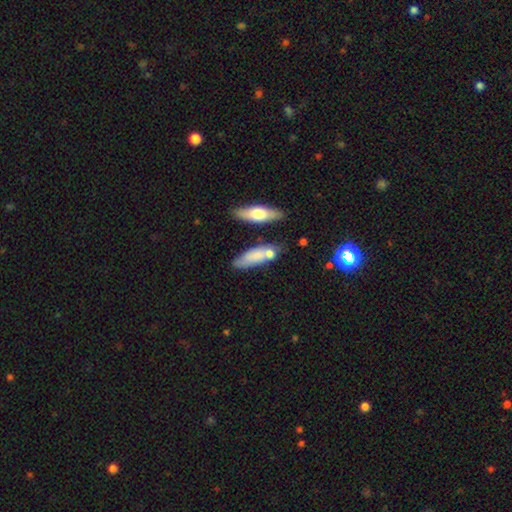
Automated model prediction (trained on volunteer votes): smooth 72%, featured or disk 22%, star or artifact 7%. Down the decision tree: how rounded — in between (53%); merging — none (57%).